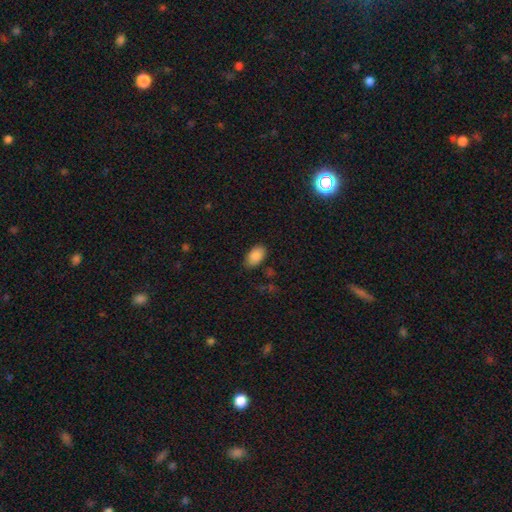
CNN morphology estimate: Q: Smooth or featured?
A: smooth (87%); runner-up: star or artifact (7%)
Q: How rounded?
A: in between (93%); runner-up: round (6%)
Q: Merging?
A: none (84%); runner-up: minor disturbance (12%)